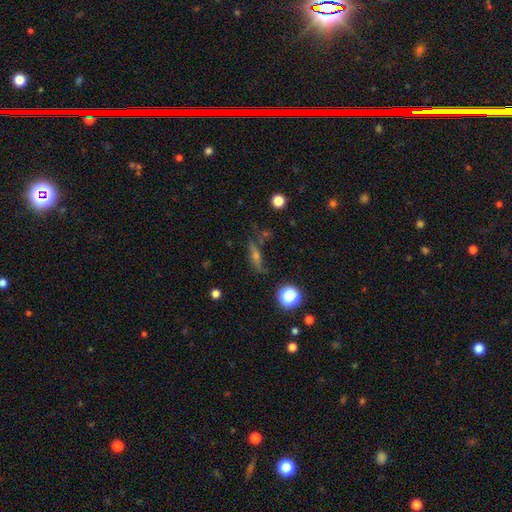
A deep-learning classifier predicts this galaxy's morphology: smooth 37%, featured or disk 35%, star or artifact 28%. Down the decision tree: merging — none (60%).